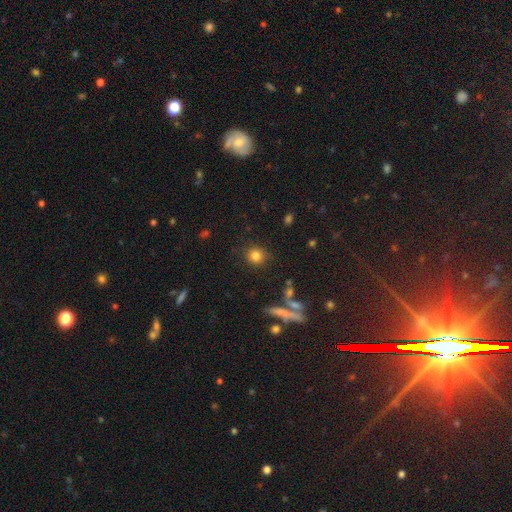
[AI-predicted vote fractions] This is clearly a smooth galaxy (81%). How rounded: clearly round (88%). Merging: clearly none (85%).